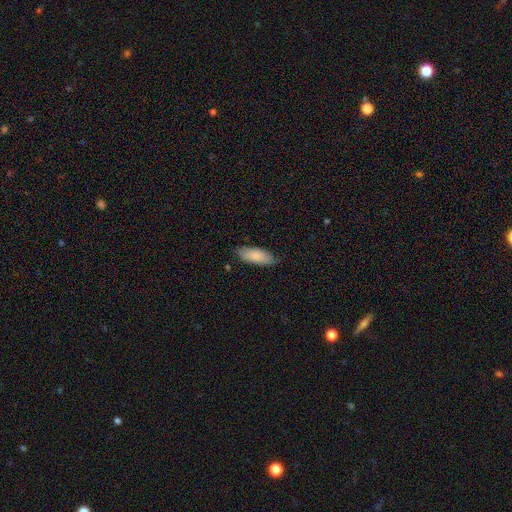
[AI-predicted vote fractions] smooth-or-featured: smooth: 84% | featured or disk: 10% | star or artifact: 5%
  how-rounded: in between: 74% | cigar-shaped: 25% | round: 2%
  merging: none: 81% | minor disturbance: 16% | major disturbance: 3% | merger: 1%